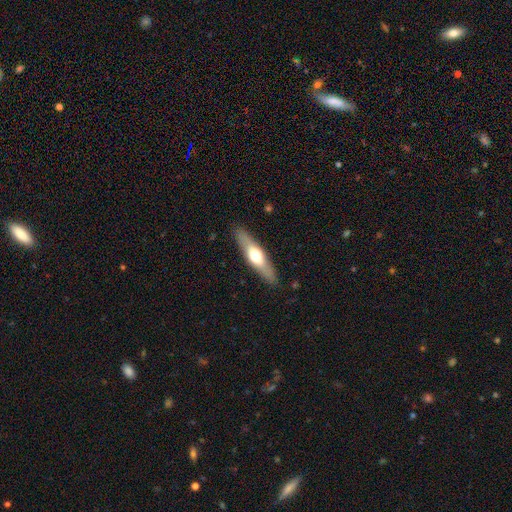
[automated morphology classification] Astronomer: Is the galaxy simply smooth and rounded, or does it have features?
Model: featured or disk — 49% (runner-up: smooth, 46%).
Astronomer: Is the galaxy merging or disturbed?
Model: none — 88%.